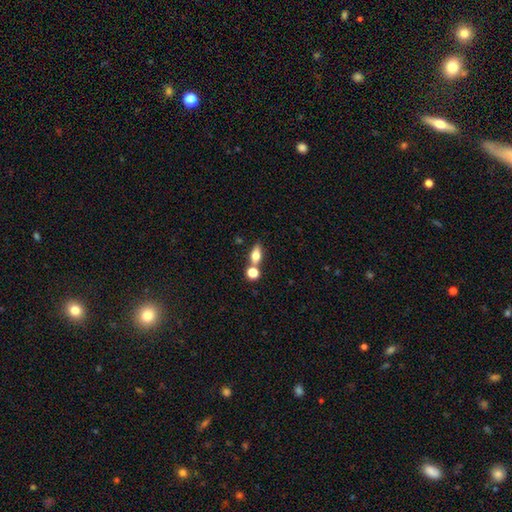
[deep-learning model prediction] Smooth or featured? Predicted: smooth (p=0.69). How rounded? Predicted: in between (p=0.68). Merging? Predicted: none (p=0.56).